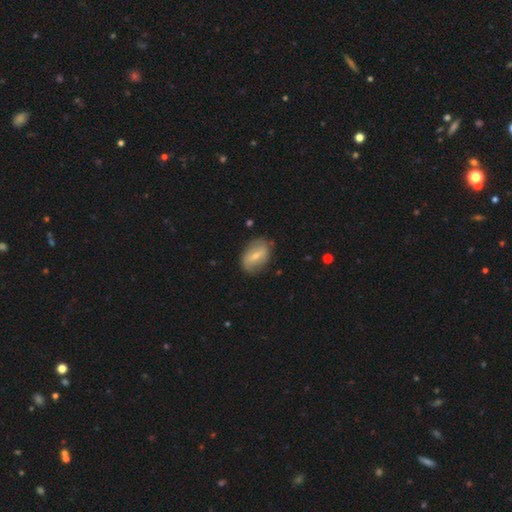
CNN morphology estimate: smooth-or-featured: smooth: 48% | featured or disk: 45% | star or artifact: 7%
  merging: none: 79% | minor disturbance: 16% | major disturbance: 4% | merger: 1%